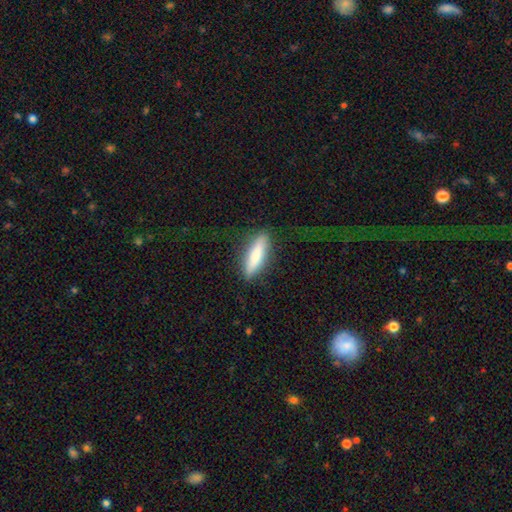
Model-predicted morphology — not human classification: Overall: smooth (75%). How rounded: cigar-shaped (71%). Merging: none (86%).